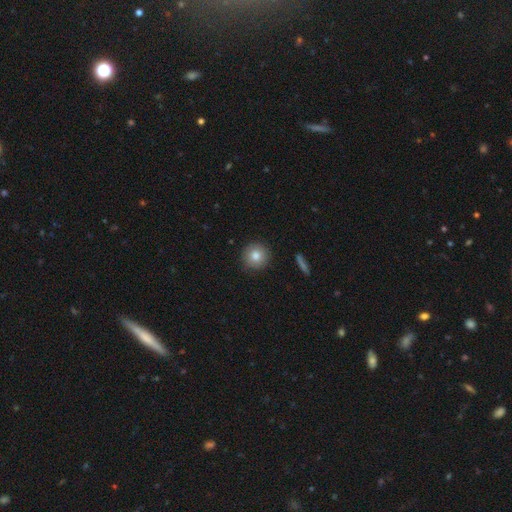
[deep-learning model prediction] Smooth or featured? Predicted: smooth (p=0.80). How rounded? Predicted: round (p=0.95). Merging? Predicted: none (p=0.90).